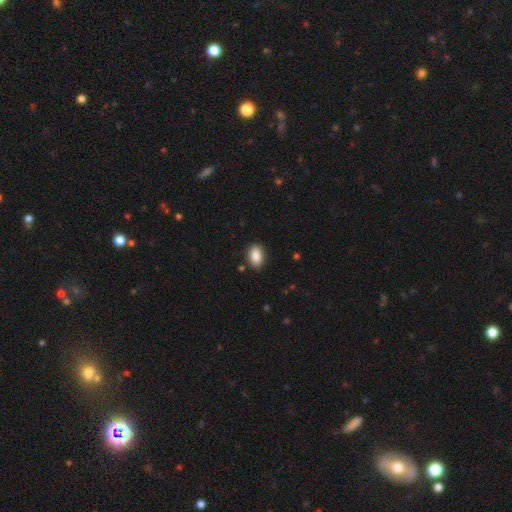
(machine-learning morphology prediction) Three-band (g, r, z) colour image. It shows a smooth galaxy with no disk features (87%) that is in between round and cigar-shaped (89%). Merging: none (87%).